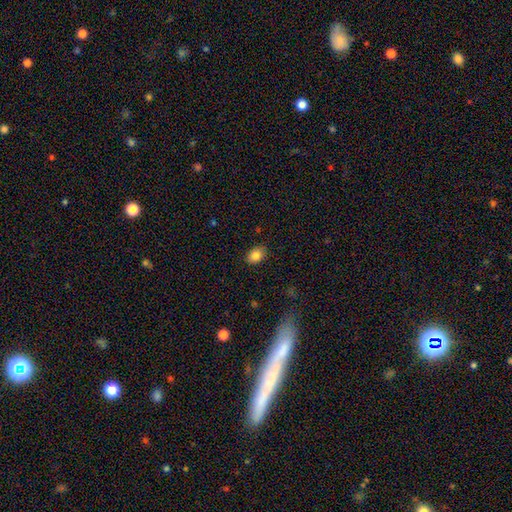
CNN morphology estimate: Smooth or featured?
  - smooth: 84% *
  - star or artifact: 9%
  - featured or disk: 7%
How rounded?
  - in between: 75% *
  - round: 24%
  - cigar-shaped: 1%
Merging?
  - none: 86% *
  - minor disturbance: 11%
  - major disturbance: 2%
  - merger: 1%